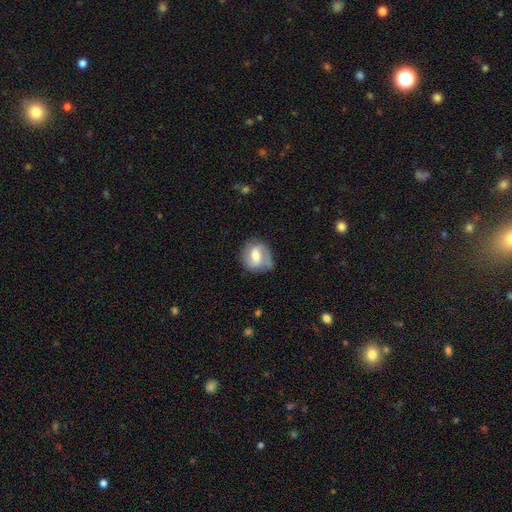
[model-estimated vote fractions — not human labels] Overall: featured or disk (66%; smooth 28%). Edge-on disk: no (97%). Bar: weak (48%; strong 34%). Spiral arms: yes (86%). Spiral arm count: 2 (82%). Spiral winding: medium (47%; tight 28%). Bulge size: moderate (57%; small 22%). Merging: none (69%).